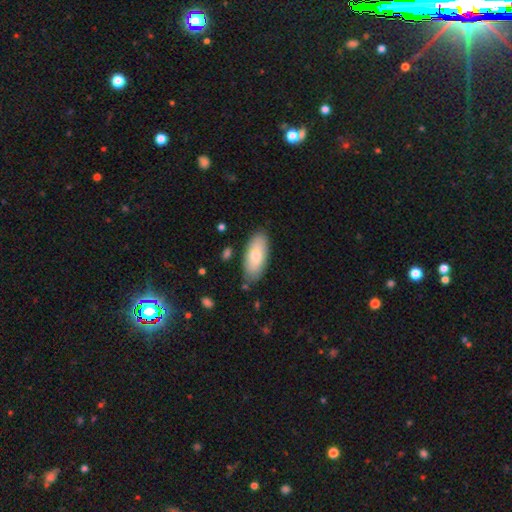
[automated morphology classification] Smooth or featured: smooth — 75% (featured or disk — 19%)
How rounded: in between — 87% (cigar-shaped — 11%)
Merging: none — 81% (minor disturbance — 14%)